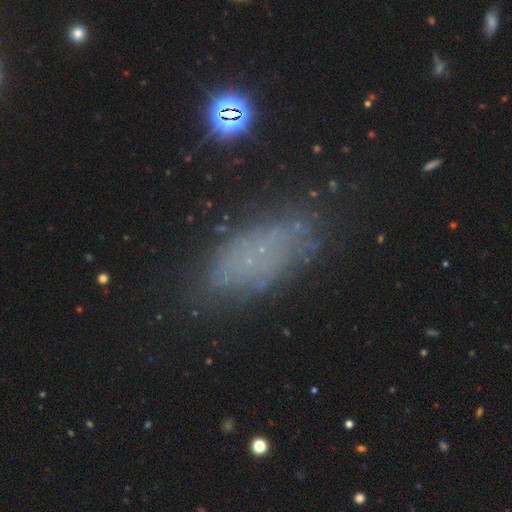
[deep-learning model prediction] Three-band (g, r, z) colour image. It shows a smooth galaxy with no disk features (50%) that is in between round and cigar-shaped (73%). Merging: none (66%).